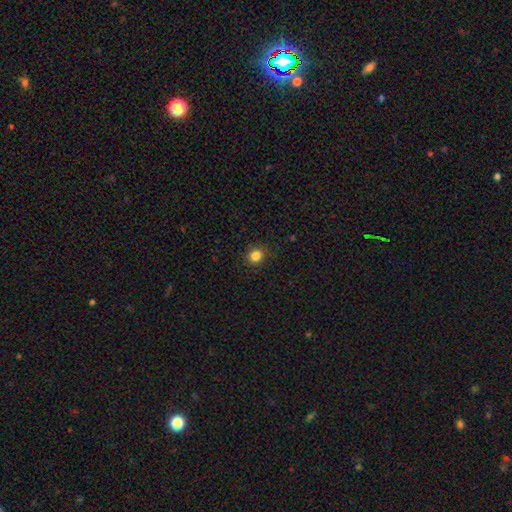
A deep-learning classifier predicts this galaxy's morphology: A smooth galaxy with no disk features (84%) that is round (87%). Merging: none (90%).